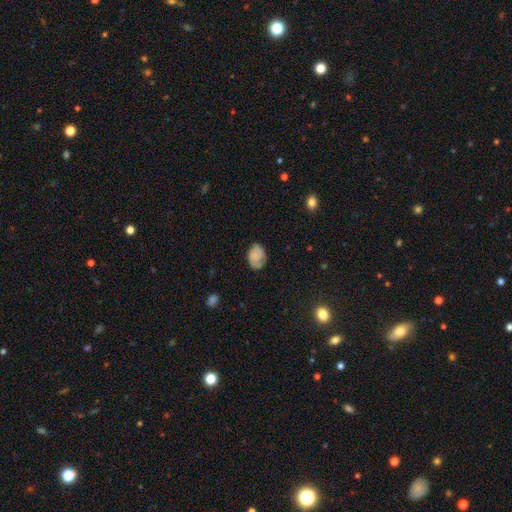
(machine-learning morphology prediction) The model was most divided on "smooth or featured": smooth: 58%, featured or disk: 32%, star or artifact: 10%. More confident: how rounded — in between (74%); merging — none (69%).